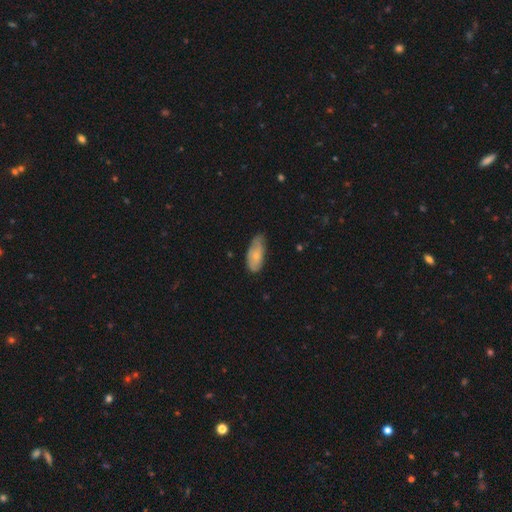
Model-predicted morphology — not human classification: type=smooth (66%); roundness=in between (85%); merging=none (58%).